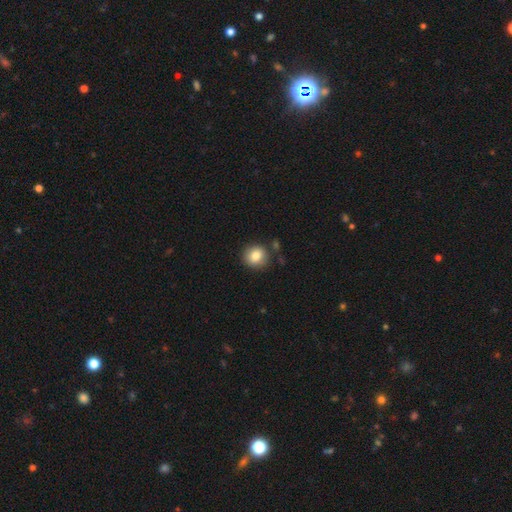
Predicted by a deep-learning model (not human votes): smooth_or_featured: smooth (p=0.84) [alt: star or artifact p=0.09]
how_rounded: round (p=0.86) [alt: in between p=0.14]
merging: none (p=0.82) [alt: minor disturbance p=0.11]